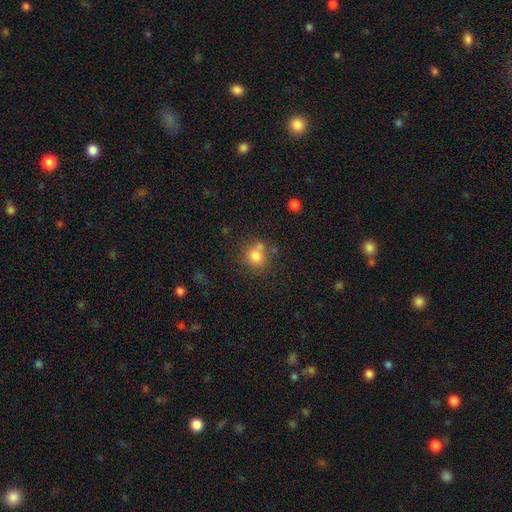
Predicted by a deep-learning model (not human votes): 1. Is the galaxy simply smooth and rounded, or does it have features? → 79% smooth, 12% star or artifact, 9% featured or disk.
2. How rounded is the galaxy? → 80% round, 19% in between, 1% cigar-shaped.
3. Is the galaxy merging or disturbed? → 59% none, 20% merger, 15% minor disturbance, 6% major disturbance.